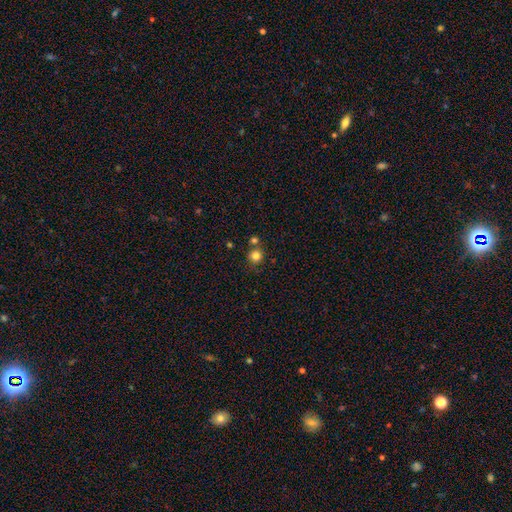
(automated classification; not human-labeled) A smooth galaxy with no disk features (81%) that is round (92%).

Vote fractions:
- Smooth or featured? smooth: 81% / star or artifact: 12% / featured or disk: 6%
- How rounded? round: 92% / in between: 7% / cigar-shaped: 1%
- Merging? none: 70% / merger: 18% / minor disturbance: 9% / major disturbance: 3%